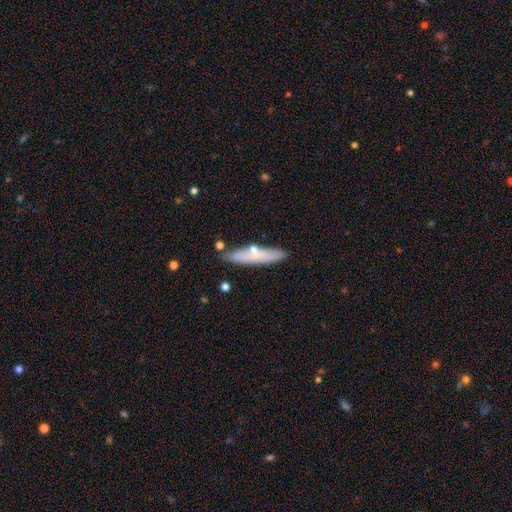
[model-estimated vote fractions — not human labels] The model was most divided on "smooth or featured": smooth: 60%, featured or disk: 33%, star or artifact: 7%. More confident: how rounded — cigar-shaped (86%); merging — none (81%).